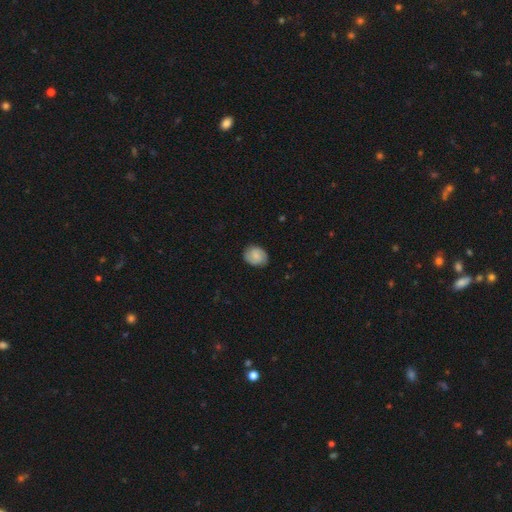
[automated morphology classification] type=smooth (63%); roundness=round (53%); merging=none (84%).